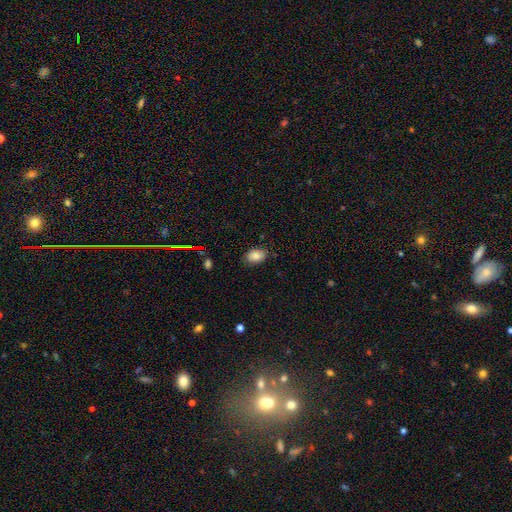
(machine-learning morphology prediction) This appears to be a smooth galaxy with no disk features (82%) that is in between round and cigar-shaped (84%). Merging: none (84%).